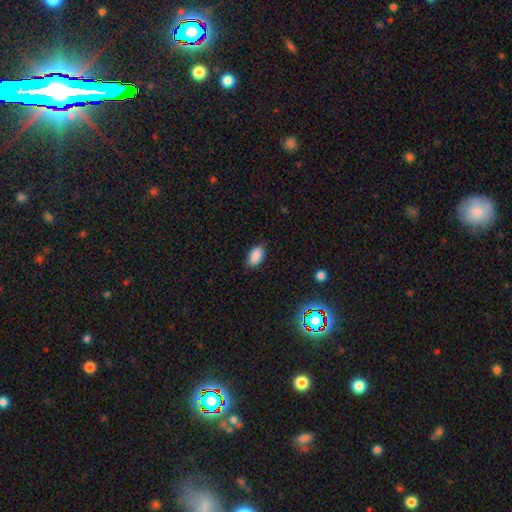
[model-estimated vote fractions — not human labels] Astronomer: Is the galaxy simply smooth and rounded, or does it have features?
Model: smooth — 88%.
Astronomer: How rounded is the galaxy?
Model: in between — 92%.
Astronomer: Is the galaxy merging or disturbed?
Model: none — 83%.